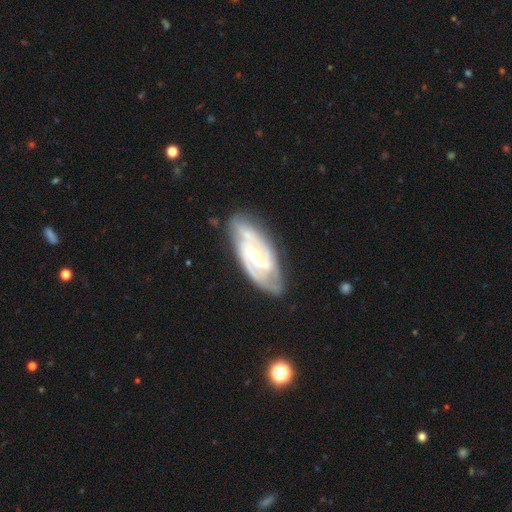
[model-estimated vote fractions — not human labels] Morphology: type=featured or disk (87%); edge-on=no (93%); bar=weak (45%); spiral arms=yes (95%); winding=tight (50%); arm count=2 (63%); bulge=moderate (52%); merging=none (76%).